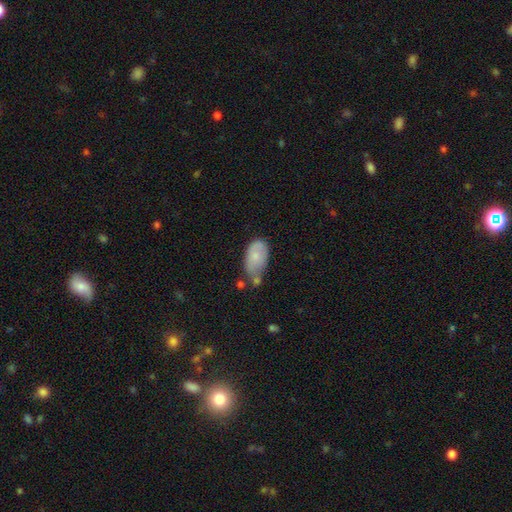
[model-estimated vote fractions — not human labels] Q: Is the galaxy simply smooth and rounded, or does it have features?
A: smooth — 76%.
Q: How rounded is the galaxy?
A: in between — 93%.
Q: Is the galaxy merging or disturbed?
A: minor disturbance — 36%, tied with none.